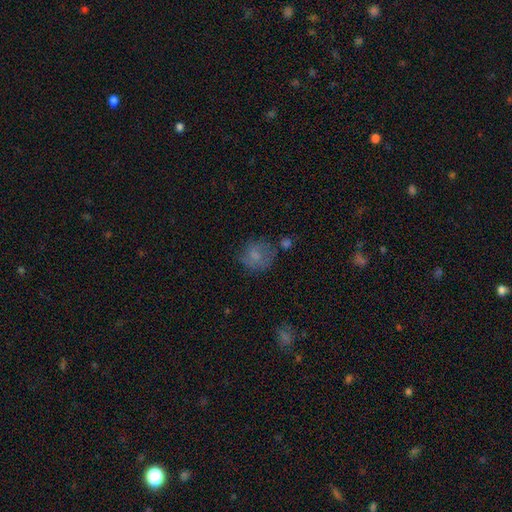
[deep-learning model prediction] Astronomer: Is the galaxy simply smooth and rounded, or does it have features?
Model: smooth — 69%.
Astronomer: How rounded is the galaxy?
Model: round — 75%.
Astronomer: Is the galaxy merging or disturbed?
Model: none — 57%.